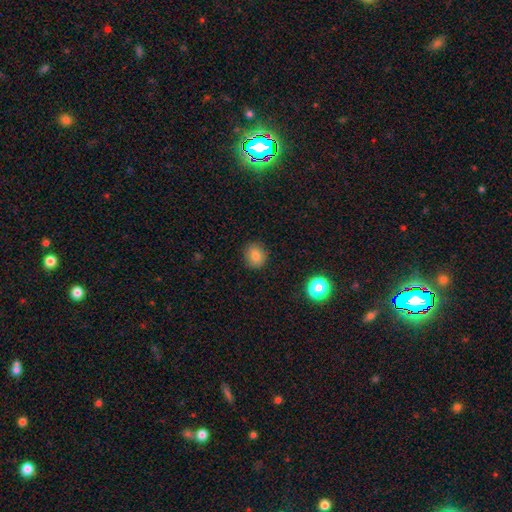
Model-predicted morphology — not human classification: type=smooth (82%); roundness=round (80%); merging=none (88%).